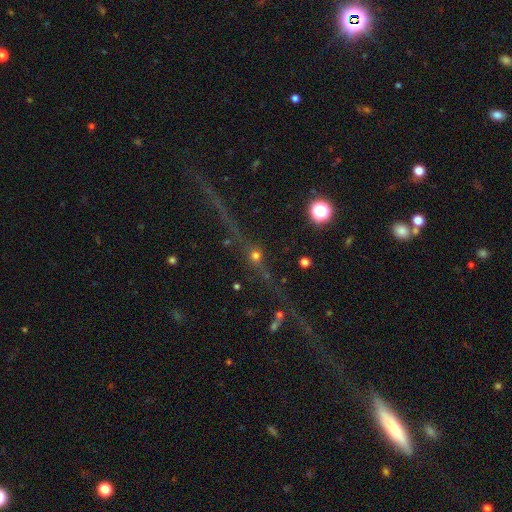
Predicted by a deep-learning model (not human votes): Overall: featured or disk (36%; star or artifact 34%). Merging: none (67%).